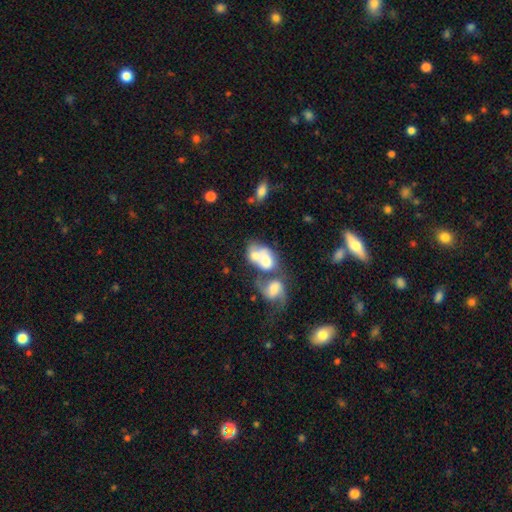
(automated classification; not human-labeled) Q: Smooth or featured?
A: smooth (48%); runner-up: featured or disk (43%)
Q: Merging?
A: merger (73%); runner-up: none (11%)